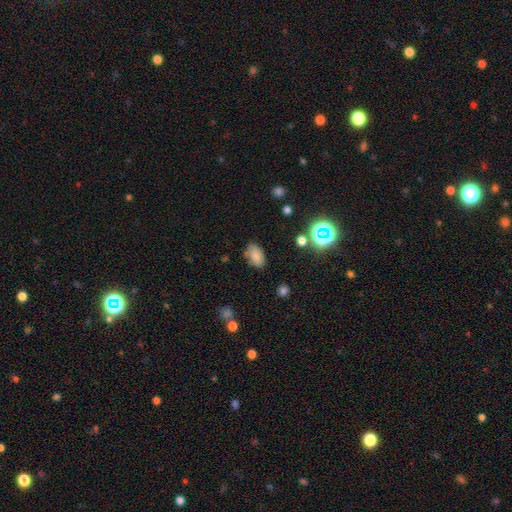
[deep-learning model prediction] A smooth galaxy with no disk features (79%) that is in between round and cigar-shaped (91%).

Vote fractions:
- Smooth or featured? smooth: 79% / star or artifact: 13% / featured or disk: 8%
- How rounded? in between: 91% / round: 7% / cigar-shaped: 2%
- Merging? none: 78% / minor disturbance: 15% / major disturbance: 4% / merger: 2%